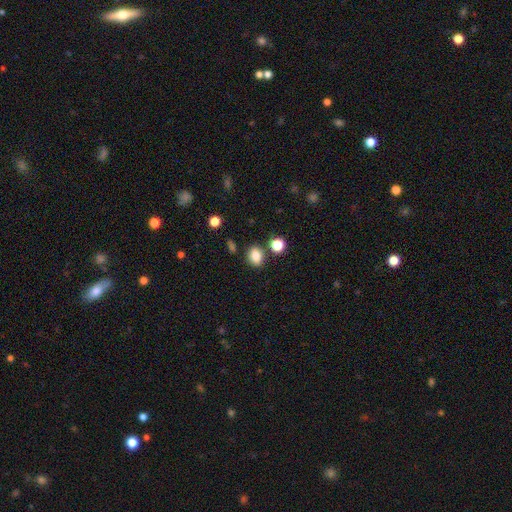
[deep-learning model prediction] This is clearly a smooth galaxy (83%). How rounded: possibly in between (57%). Merging: likely none (79%).